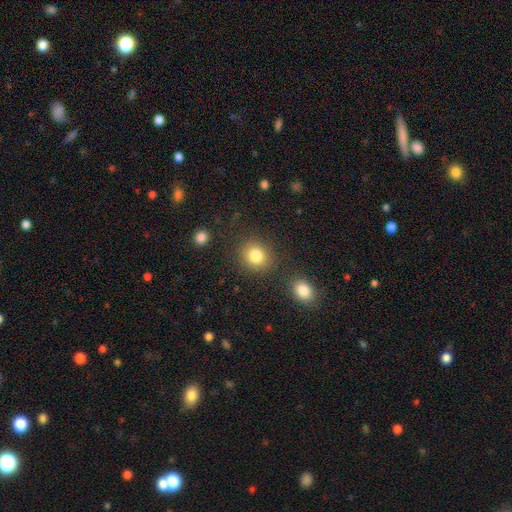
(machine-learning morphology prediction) smooth-or-featured: smooth: 83% | star or artifact: 10% | featured or disk: 6%
  how-rounded: round: 77% | in between: 22% | cigar-shaped: 1%
  merging: none: 83% | minor disturbance: 9% | merger: 5% | major disturbance: 3%